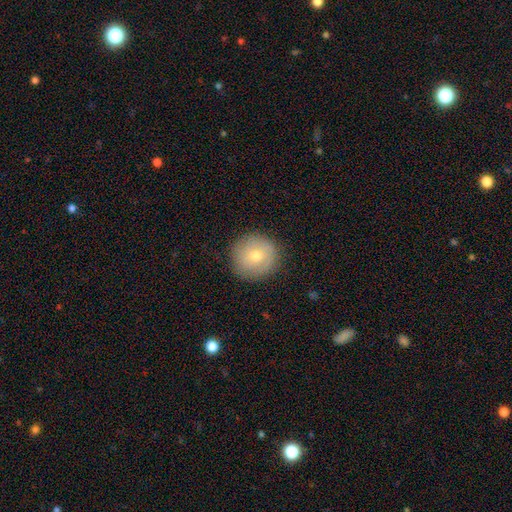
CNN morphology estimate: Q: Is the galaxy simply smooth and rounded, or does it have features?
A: smooth — 68%.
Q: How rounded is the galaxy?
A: round — 95%.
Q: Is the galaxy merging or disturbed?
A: none — 86%.